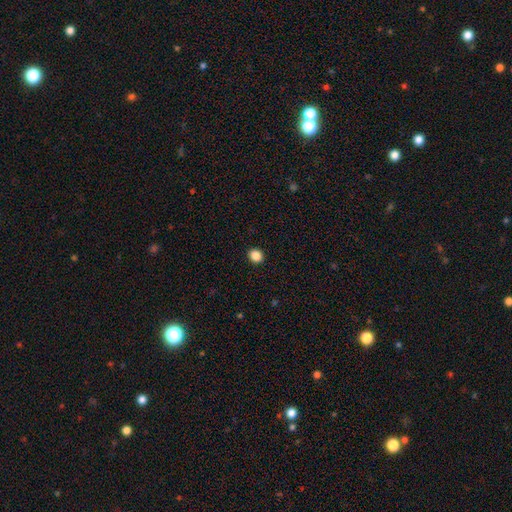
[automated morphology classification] Smooth or featured? smooth (86%)
How rounded? round (74%)
Merging? none (92%)